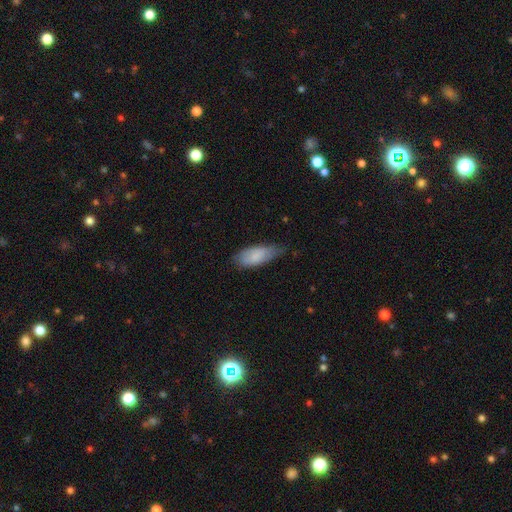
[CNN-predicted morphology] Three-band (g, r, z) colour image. It shows a smooth galaxy with no disk features (81%) that is in between round and cigar-shaped (82%). Merging: none (49%).